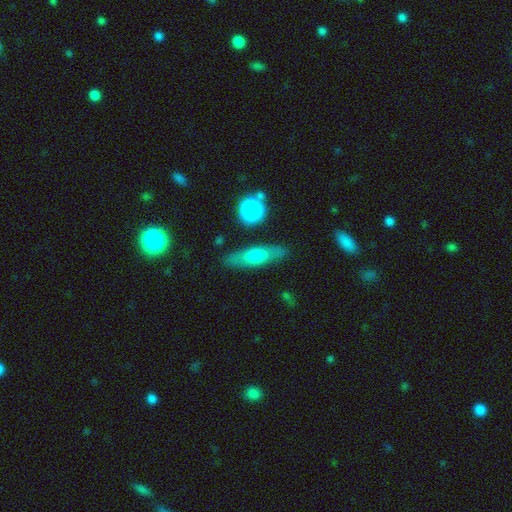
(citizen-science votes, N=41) A featured or disk galaxy (54%) viewed edge-on (50%, tied with no) with a rounded central bulge (82%). Merging: none (86%).